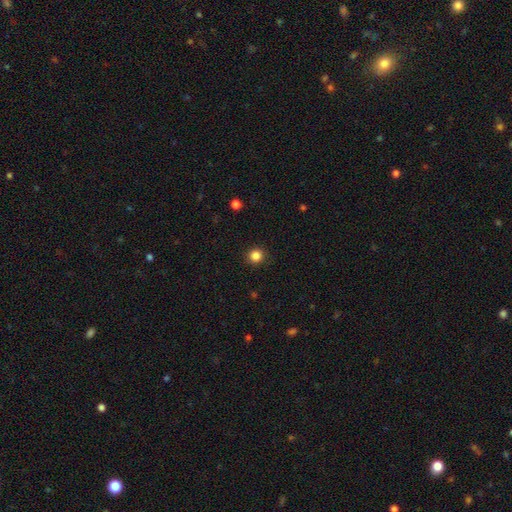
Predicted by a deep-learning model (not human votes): smooth-or-featured: smooth: 85% | star or artifact: 12% | featured or disk: 3%
  how-rounded: round: 91% | in between: 8% | cigar-shaped: 1%
  merging: none: 90% | minor disturbance: 7% | major disturbance: 2% | merger: 1%